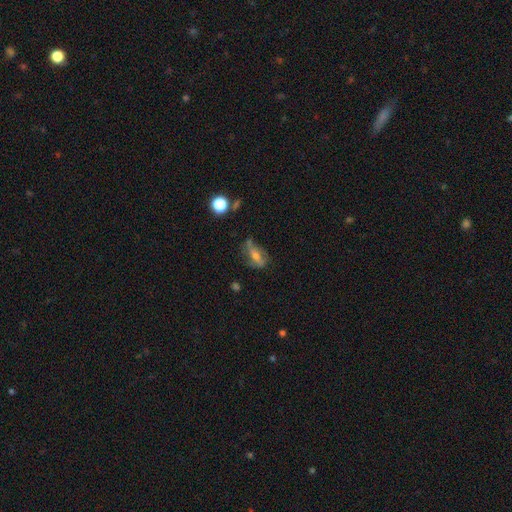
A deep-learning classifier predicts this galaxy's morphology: The model was most divided on "smooth or featured": featured or disk: 53%, smooth: 34%, star or artifact: 14%. More confident: edge-on disk — no (82%); merging — none (56%).